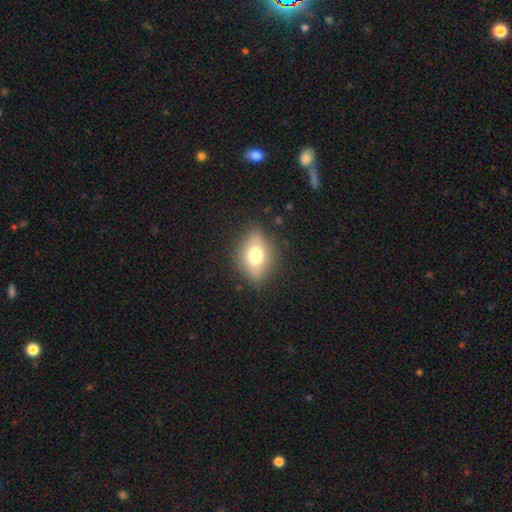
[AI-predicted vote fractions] Q: Smooth or featured?
A: smooth (66%); runner-up: featured or disk (24%)
Q: How rounded?
A: in between (75%); runner-up: round (22%)
Q: Merging?
A: none (80%); runner-up: minor disturbance (15%)